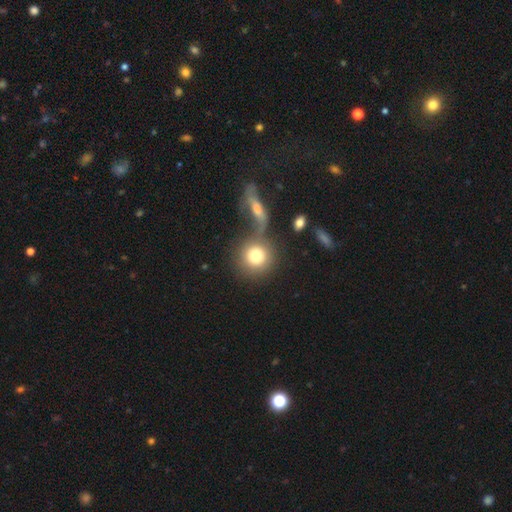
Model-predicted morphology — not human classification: Smooth or featured: smooth — 78% (featured or disk — 14%)
How rounded: round — 90% (in between — 8%)
Merging: none — 55% (merger — 28%)